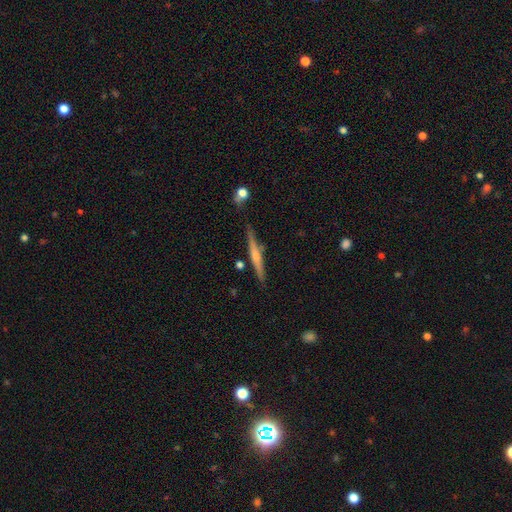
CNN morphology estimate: smooth_or_featured: featured or disk (p=0.63) [alt: smooth p=0.30]
disk_edge_on: yes (p=0.97) [alt: no p=0.03]
edge_on_bulge: rounded (p=0.70) [alt: none p=0.21]
merging: none (p=0.80) [alt: minor disturbance p=0.13]